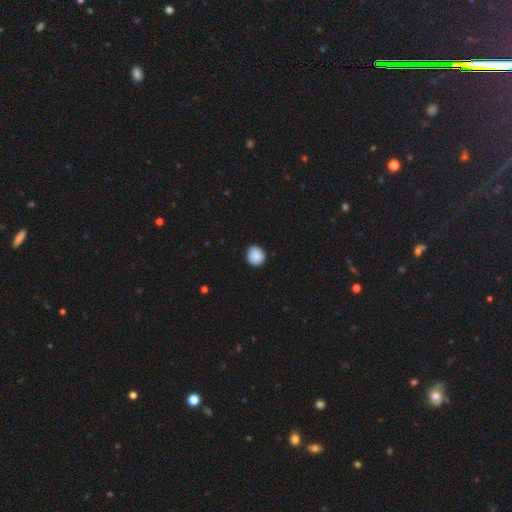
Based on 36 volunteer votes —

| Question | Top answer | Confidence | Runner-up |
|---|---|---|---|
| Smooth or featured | smooth | 94% | star or artifact (6%) |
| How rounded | round | 85% | in between (15%) |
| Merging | none | 85% | minor disturbance (12%) |